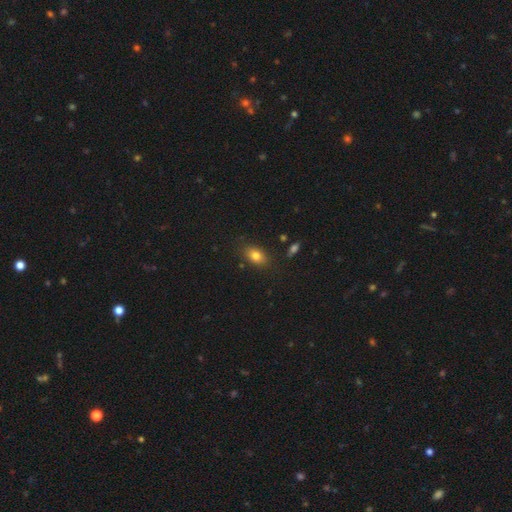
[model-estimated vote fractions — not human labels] The model was most divided on "how rounded": in between: 81%, round: 17%, cigar-shaped: 3%. More confident: merging — none (83%); smooth or featured — smooth (80%).